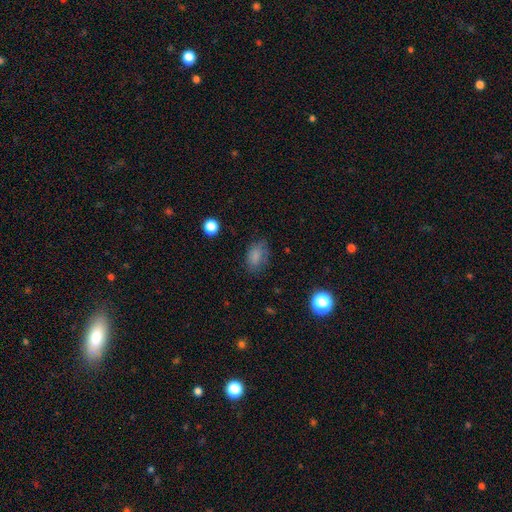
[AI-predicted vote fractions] smooth_or_featured: smooth (p=0.78) [alt: star or artifact p=0.12]
how_rounded: in between (p=0.81) [alt: round p=0.18]
merging: none (p=0.66) [alt: minor disturbance p=0.23]